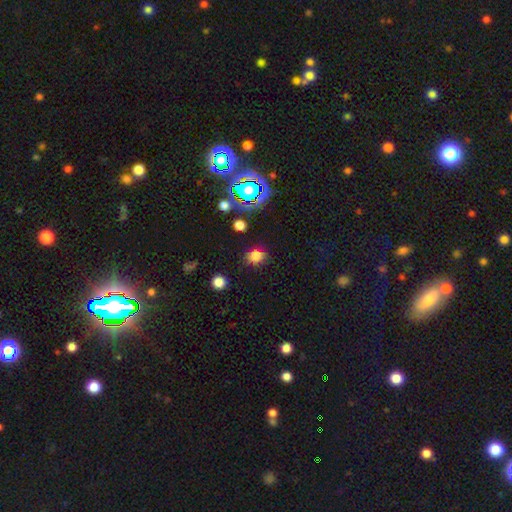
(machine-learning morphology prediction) A smooth galaxy with no disk features (74%) that is round (59%).

Vote fractions:
- Smooth or featured? smooth: 74% / star or artifact: 20% / featured or disk: 7%
- How rounded? round: 59% / in between: 39% / cigar-shaped: 1%
- Merging? none: 75% / minor disturbance: 17% / major disturbance: 5% / merger: 3%